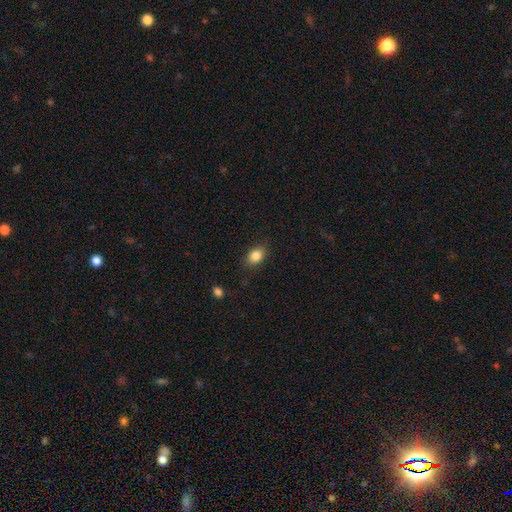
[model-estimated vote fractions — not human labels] This appears to be a smooth galaxy with no disk features (85%) that is in between round and cigar-shaped (73%). Merging: none (83%).